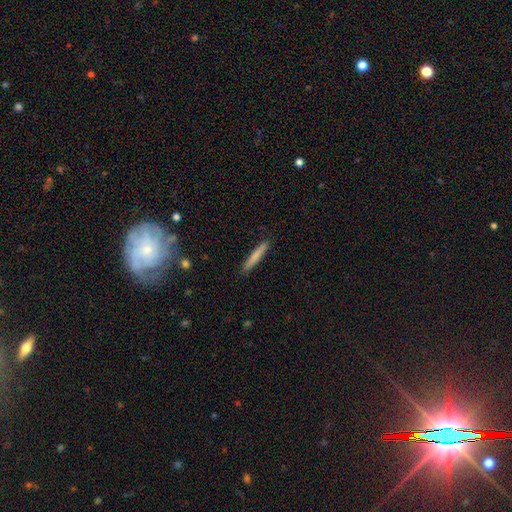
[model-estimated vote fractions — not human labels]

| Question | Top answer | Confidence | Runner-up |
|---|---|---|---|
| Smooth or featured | smooth | 76% | featured or disk (18%) |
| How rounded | cigar-shaped | 95% | in between (4%) |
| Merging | none | 91% | minor disturbance (7%) |